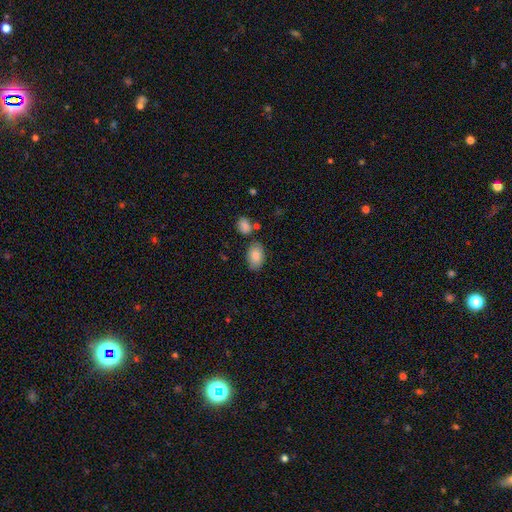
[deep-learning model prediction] This is clearly a smooth galaxy (86%). How rounded: clearly in between (89%). Merging: likely none (74%).